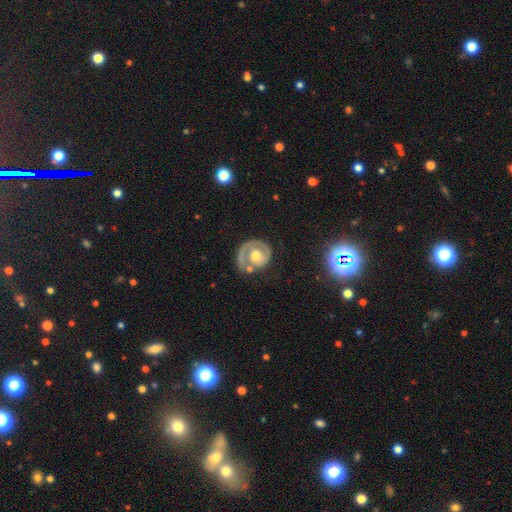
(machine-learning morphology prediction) smooth_or_featured: featured or disk (p=0.71) [alt: smooth p=0.23]
disk_edge_on: no (p=0.97) [alt: yes p=0.03]
bar: no (p=0.68) [alt: weak p=0.26]
has_spiral_arms: yes (p=0.75) [alt: no p=0.25]
spiral_winding: tight (p=0.61) [alt: medium p=0.26]
spiral_arm_count: 1 (p=0.64) [alt: 2 p=0.21]
bulge_size: moderate (p=0.63) [alt: large p=0.17]
merging: none (p=0.55) [alt: minor disturbance p=0.20]